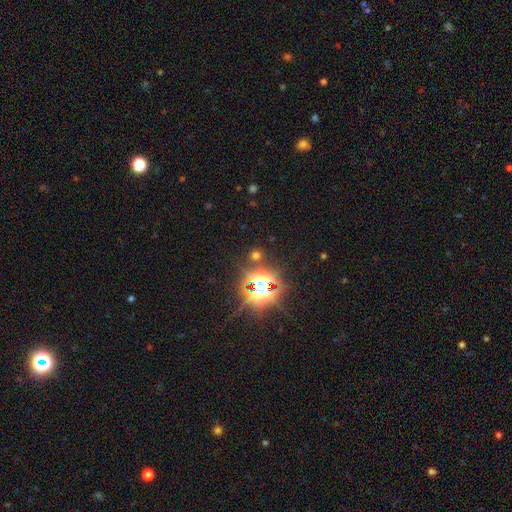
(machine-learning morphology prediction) The model was most divided on "smooth or featured": star or artifact: 57%, smooth: 35%, featured or disk: 7%.